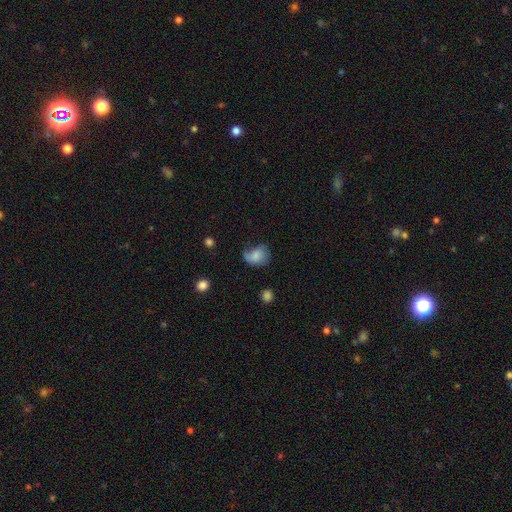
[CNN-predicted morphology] smooth-or-featured: smooth: 67% | featured or disk: 24% | star or artifact: 9%
  how-rounded: in between: 57% | round: 42% | cigar-shaped: 1%
  merging: none: 37% | minor disturbance: 33% | major disturbance: 27% | merger: 3%